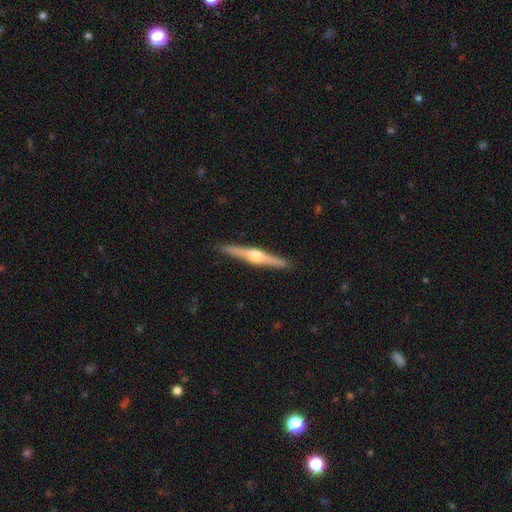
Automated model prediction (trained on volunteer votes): Overall: featured or disk (72%). Edge-on disk: yes (98%). Edge-on bulge: rounded (93%). Merging: none (92%).